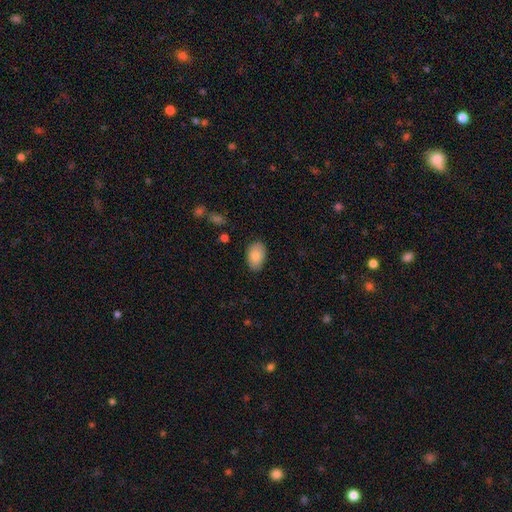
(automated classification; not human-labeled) This appears to be a smooth galaxy with no disk features (85%) that is in between round and cigar-shaped (91%). Merging: none (84%).